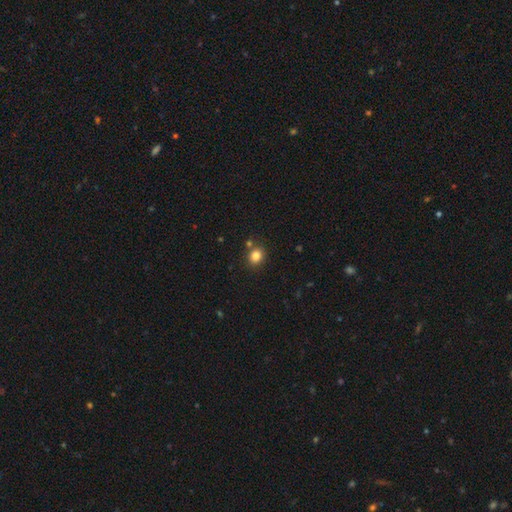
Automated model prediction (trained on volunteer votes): Morphology: type=smooth (83%); roundness=round (71%); merging=none (80%).